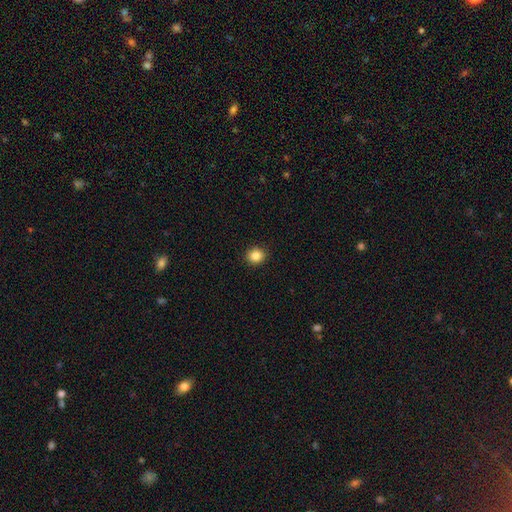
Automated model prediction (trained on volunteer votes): Smooth or featured?
  - smooth: 85% *
  - star or artifact: 11%
  - featured or disk: 4%
How rounded?
  - round: 85% *
  - in between: 14%
  - cigar-shaped: 1%
Merging?
  - none: 92% *
  - minor disturbance: 6%
  - major disturbance: 2%
  - merger: 1%